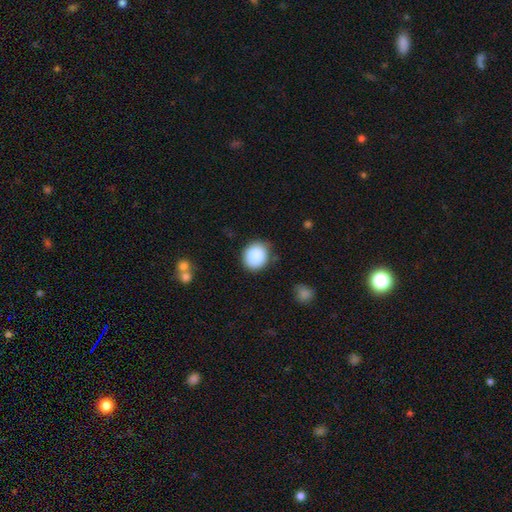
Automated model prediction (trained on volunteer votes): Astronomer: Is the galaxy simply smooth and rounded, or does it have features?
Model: smooth — 89%.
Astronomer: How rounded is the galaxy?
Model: round — 77%.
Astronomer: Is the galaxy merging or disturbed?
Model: none — 80%.